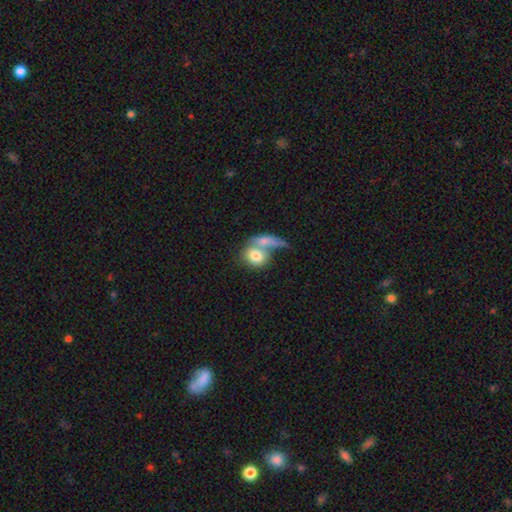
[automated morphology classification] Q: Smooth or featured?
A: smooth (74%); runner-up: featured or disk (19%)
Q: How rounded?
A: round (57%); runner-up: in between (40%)
Q: Merging?
A: merger (55%); runner-up: none (23%)